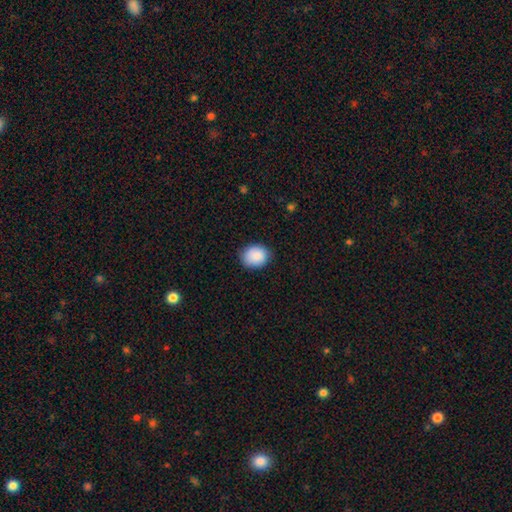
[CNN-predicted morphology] This is clearly a smooth galaxy (89%). How rounded: likely round (63%). Merging: clearly none (82%).